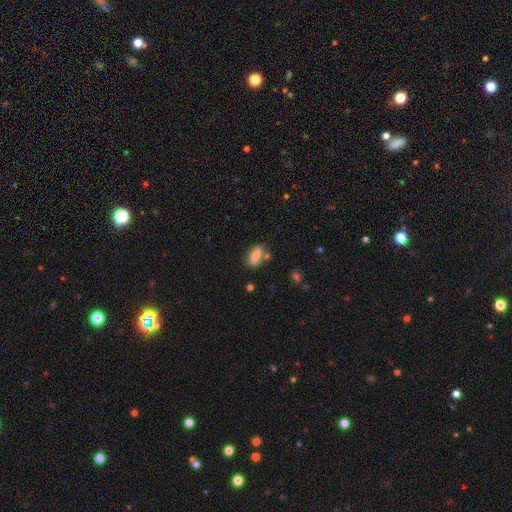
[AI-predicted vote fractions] Smooth or featured? smooth (81%)
How rounded? in between (76%)
Merging? none (71%)